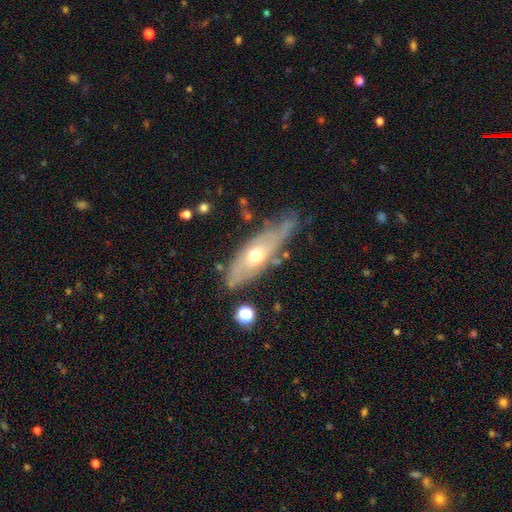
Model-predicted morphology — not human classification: Smooth or featured? featured or disk (58%)
Edge-on disk? no (62%)
Merging? none (61%)